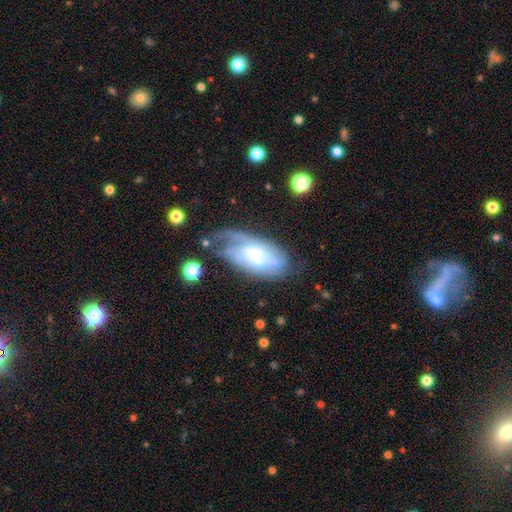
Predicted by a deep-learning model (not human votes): The model was most divided on "bulge size": moderate: 33%, small: 30%, large: 19%, none: 15%, dominant: 3%. Remaining: edge-on disk — no (91%); spiral arms — yes (79%); smooth or featured — featured or disk (66%); bar — no (56%); merging — none (40%).